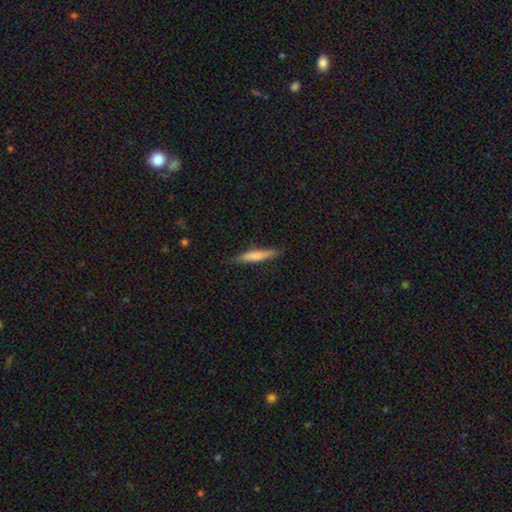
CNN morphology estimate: Smooth or featured? smooth (68%)
How rounded? cigar-shaped (90%)
Merging? none (86%)